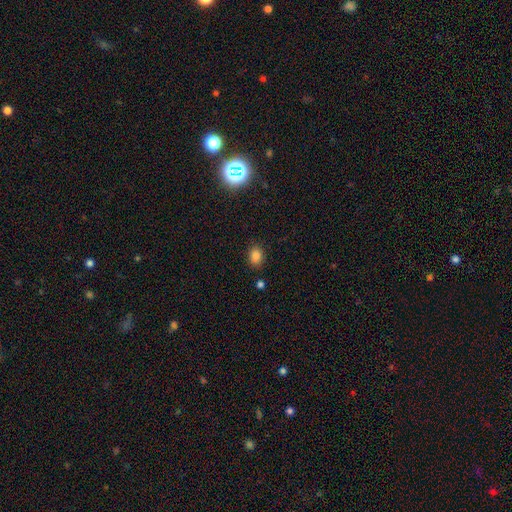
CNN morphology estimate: type=smooth (82%); roundness=in between (65%); merging=none (84%).